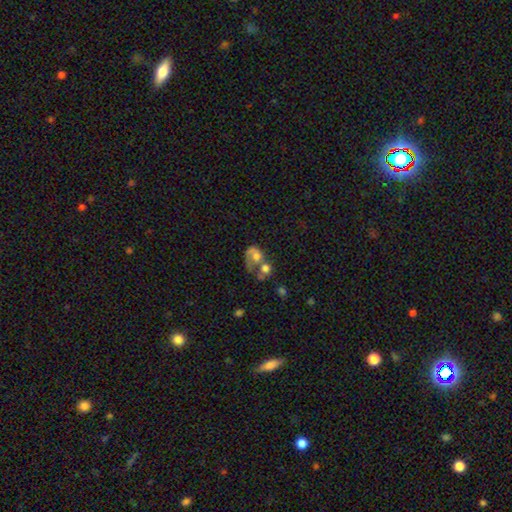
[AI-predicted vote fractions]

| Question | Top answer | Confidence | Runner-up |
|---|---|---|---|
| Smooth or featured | smooth | 48% | featured or disk (43%) |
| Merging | merger | 58% | major disturbance (19%) |